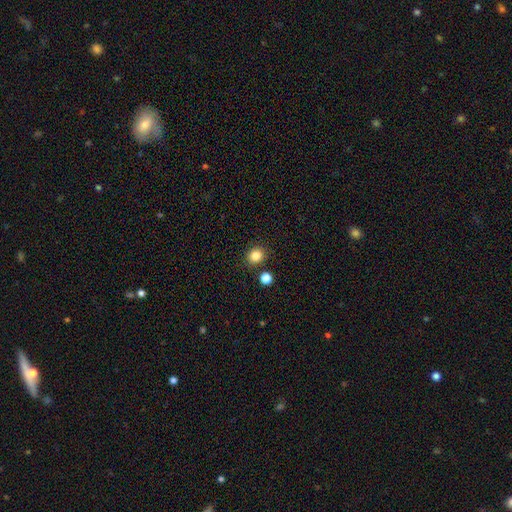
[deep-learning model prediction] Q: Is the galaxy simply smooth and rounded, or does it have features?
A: smooth — 84%.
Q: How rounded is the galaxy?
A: round — 82%.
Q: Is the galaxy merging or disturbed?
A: none — 86%.